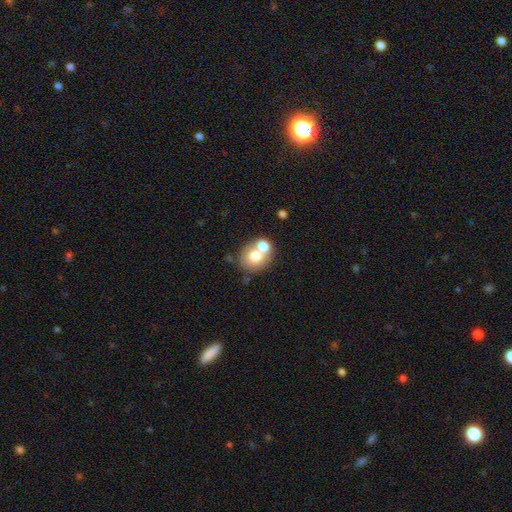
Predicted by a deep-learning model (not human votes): smooth 70%, featured or disk 20%, star or artifact 11%. Down the decision tree: how rounded — round (68%); merging — merger (46%).